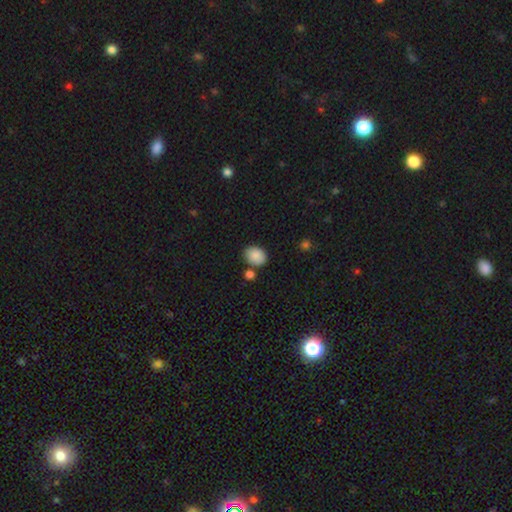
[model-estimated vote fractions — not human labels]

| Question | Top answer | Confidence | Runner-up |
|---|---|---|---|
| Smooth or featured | smooth | 87% | star or artifact (8%) |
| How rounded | in between | 58% | round (41%) |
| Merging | none | 74% | minor disturbance (13%) |